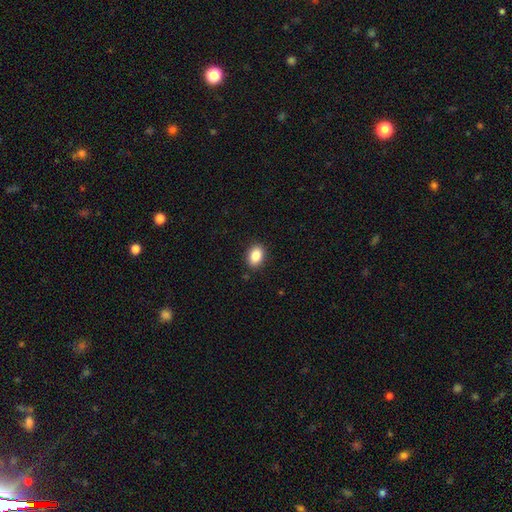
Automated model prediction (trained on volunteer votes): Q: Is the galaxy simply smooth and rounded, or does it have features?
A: smooth — 87%.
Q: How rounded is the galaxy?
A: in between — 79%.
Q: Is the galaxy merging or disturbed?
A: none — 88%.